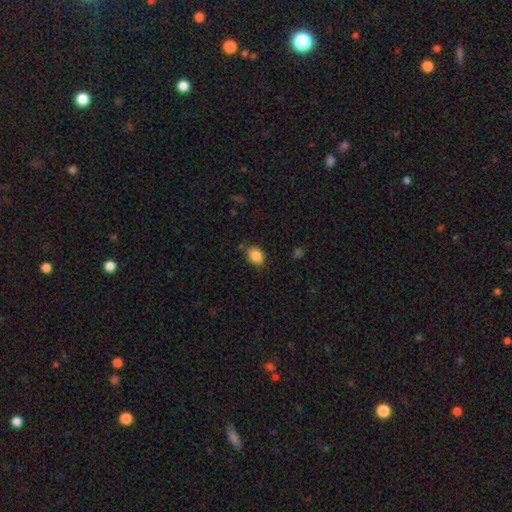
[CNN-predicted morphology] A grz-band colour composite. It shows a smooth galaxy with no disk features (86%) that is in between round and cigar-shaped (71%). Merging: none (79%).